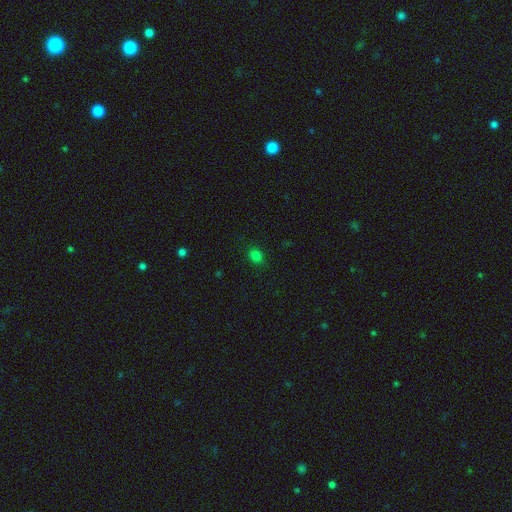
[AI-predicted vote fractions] Smooth or featured: smooth — 80% (star or artifact — 17%)
How rounded: round — 56% (in between — 43%)
Merging: none — 87% (minor disturbance — 9%)